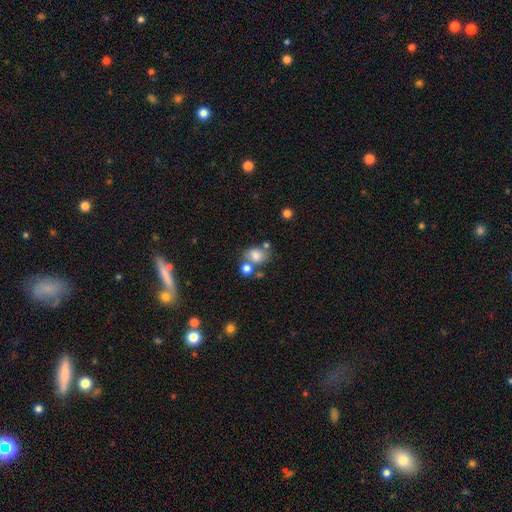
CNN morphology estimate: This is likely a smooth galaxy (77%). How rounded: possibly in between (58%). Merging: marginally none (44%).